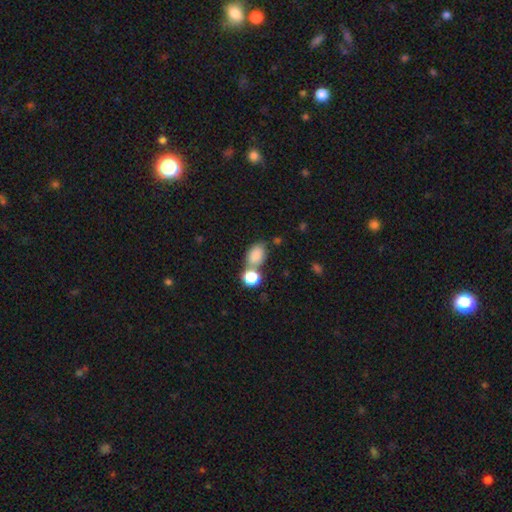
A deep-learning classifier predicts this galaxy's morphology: Smooth or featured?
  - smooth: 84% *
  - star or artifact: 10%
  - featured or disk: 7%
How rounded?
  - in between: 81% *
  - round: 18%
  - cigar-shaped: 2%
Merging?
  - none: 45% *
  - merger: 37%
  - minor disturbance: 13%
  - major disturbance: 5%